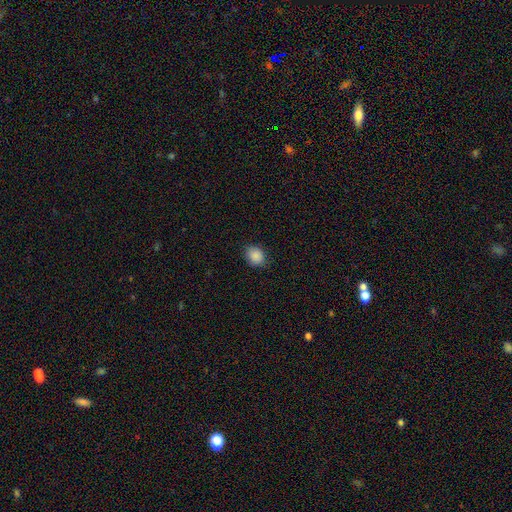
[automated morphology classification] smooth_or_featured: smooth (p=0.88) [alt: star or artifact p=0.09]
how_rounded: round (p=0.64) [alt: in between p=0.35]
merging: none (p=0.84) [alt: minor disturbance p=0.12]